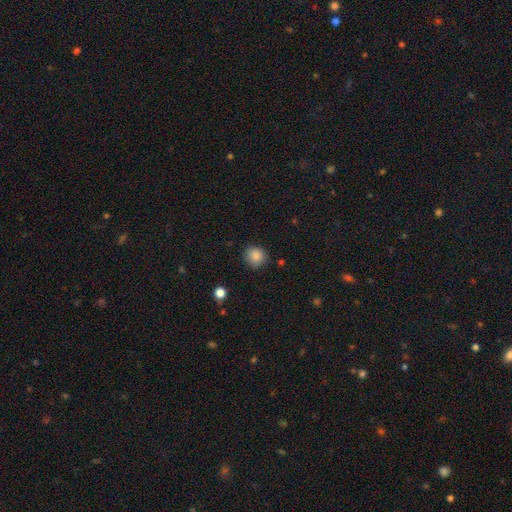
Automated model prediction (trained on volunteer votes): smooth 86%, star or artifact 10%, featured or disk 4%. Down the decision tree: how rounded — round (88%); merging — none (84%).